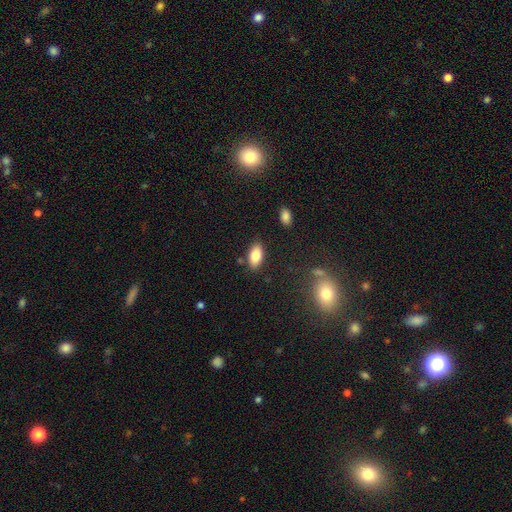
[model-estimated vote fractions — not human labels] Smooth or featured?
  - smooth: 84% *
  - featured or disk: 8%
  - star or artifact: 8%
How rounded?
  - in between: 91% *
  - cigar-shaped: 6%
  - round: 3%
Merging?
  - none: 83% *
  - minor disturbance: 11%
  - merger: 3%
  - major disturbance: 3%